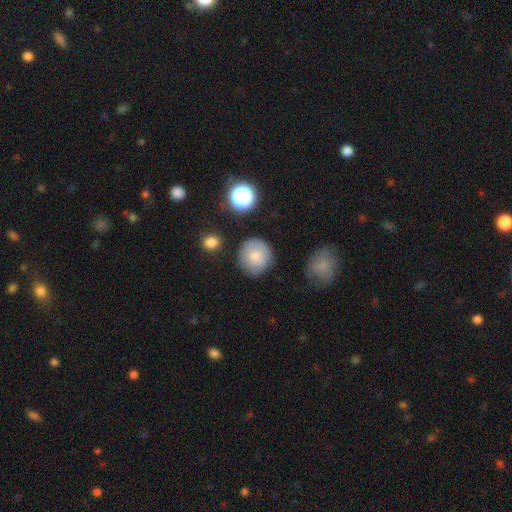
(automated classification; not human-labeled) This is likely a smooth galaxy (80%). How rounded: clearly round (92%). Merging: clearly none (81%).